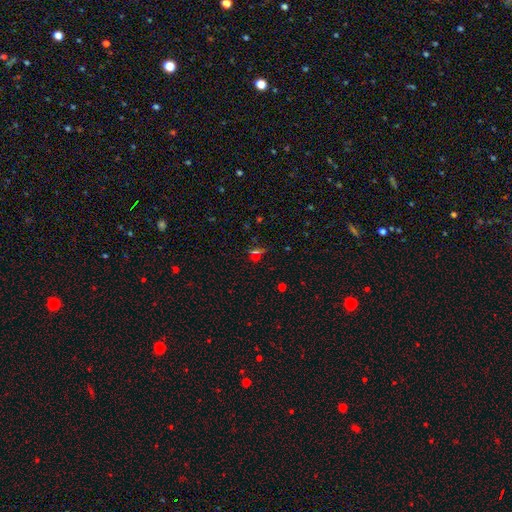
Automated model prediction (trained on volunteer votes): Morphology: type=star or artifact (53%).